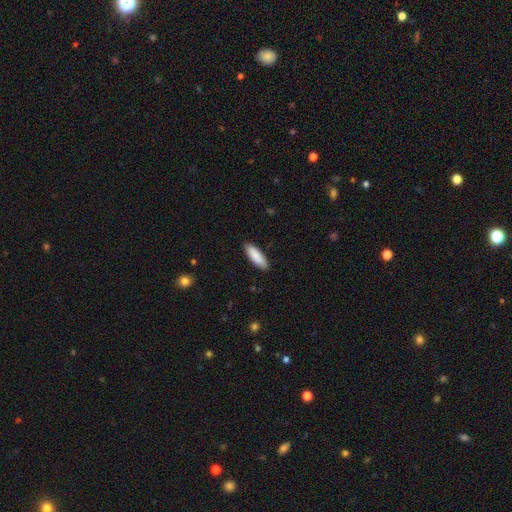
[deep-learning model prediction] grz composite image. It shows a smooth galaxy with no disk features (88%) that is in between round and cigar-shaped (59%). Merging: none (89%).